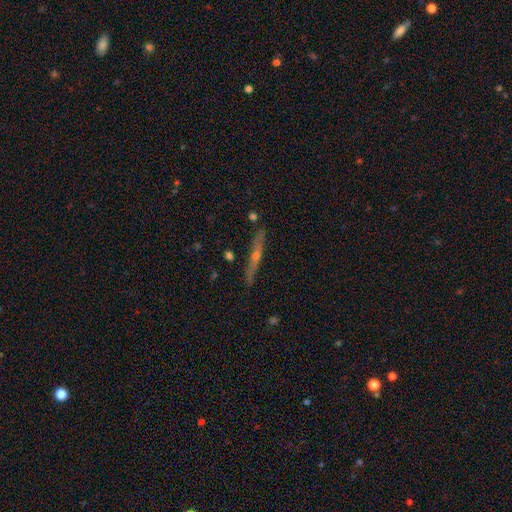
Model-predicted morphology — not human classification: Smooth or featured? Predicted: featured or disk (p=0.70). Edge-on disk? Predicted: yes (p=0.96). Edge-on bulge? Predicted: rounded (p=0.78). Merging? Predicted: none (p=0.88).